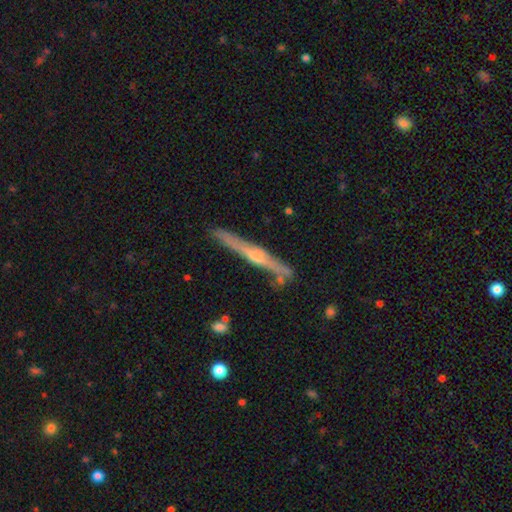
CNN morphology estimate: smooth_or_featured: featured or disk (p=0.75) [alt: smooth p=0.19]
disk_edge_on: yes (p=0.96) [alt: no p=0.04]
edge_on_bulge: rounded (p=0.73) [alt: none p=0.21]
merging: none (p=0.80) [alt: minor disturbance p=0.14]